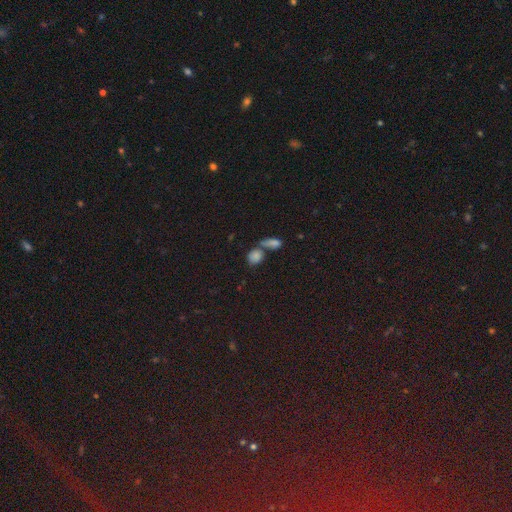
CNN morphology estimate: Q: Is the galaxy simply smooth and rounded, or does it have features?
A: smooth — 74%.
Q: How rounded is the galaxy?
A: in between — 51%.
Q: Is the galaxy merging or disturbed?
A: merger — 45%.